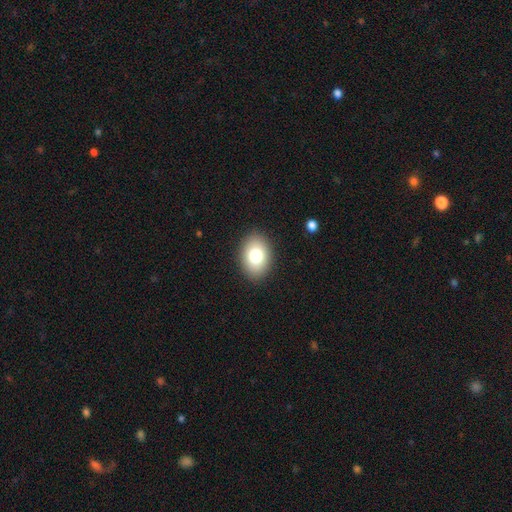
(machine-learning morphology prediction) smooth-or-featured: smooth: 79% | featured or disk: 12% | star or artifact: 9%
  how-rounded: in between: 78% | round: 21% | cigar-shaped: 1%
  merging: none: 89% | minor disturbance: 7% | major disturbance: 2% | merger: 1%